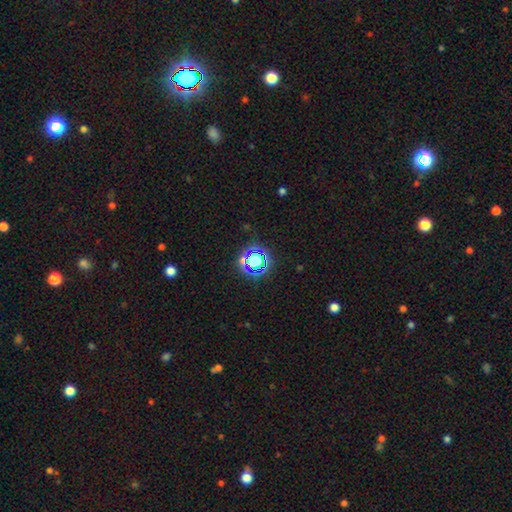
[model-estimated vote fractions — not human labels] Morphology: type=star or artifact (60%).